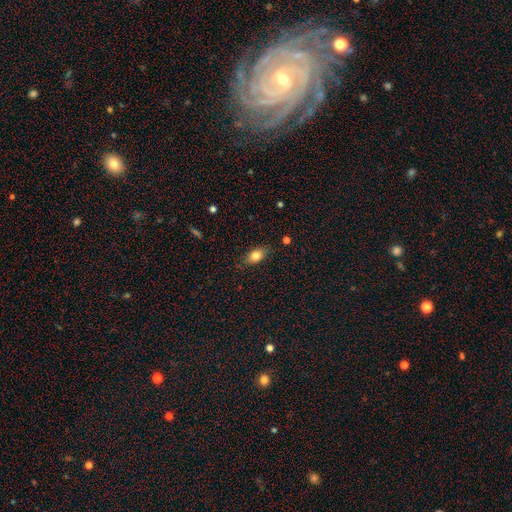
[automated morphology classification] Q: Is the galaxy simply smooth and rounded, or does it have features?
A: smooth — 80%.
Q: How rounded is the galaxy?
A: in between — 84%.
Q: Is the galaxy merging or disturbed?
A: none — 81%.